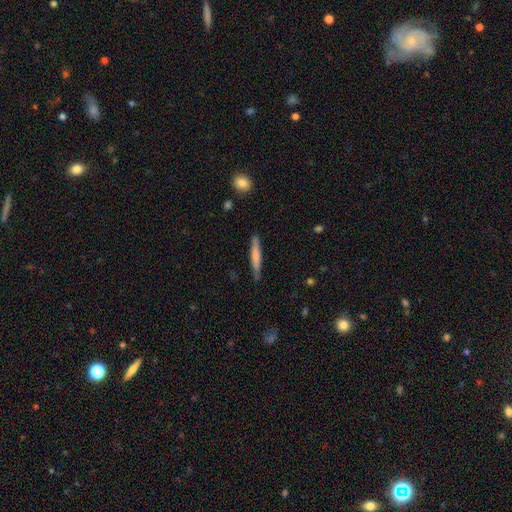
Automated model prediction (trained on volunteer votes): Smooth or featured?
  - smooth: 66% *
  - featured or disk: 29%
  - star or artifact: 5%
How rounded?
  - cigar-shaped: 95% *
  - in between: 4%
  - round: 1%
Merging?
  - none: 83% *
  - minor disturbance: 13%
  - major disturbance: 2%
  - merger: 2%